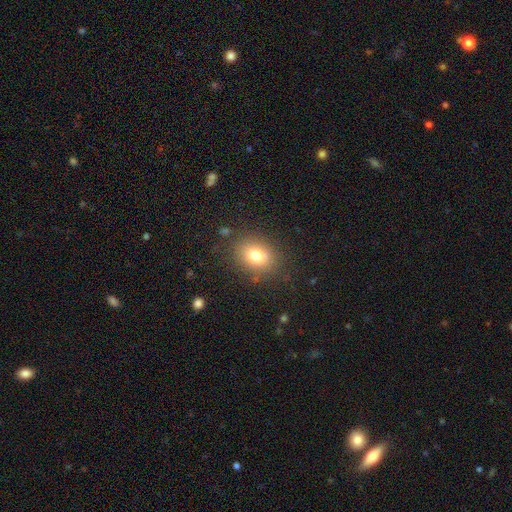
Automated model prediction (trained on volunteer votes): Overall: smooth (76%). How rounded: in between (52%; round 47%). Merging: none (83%).